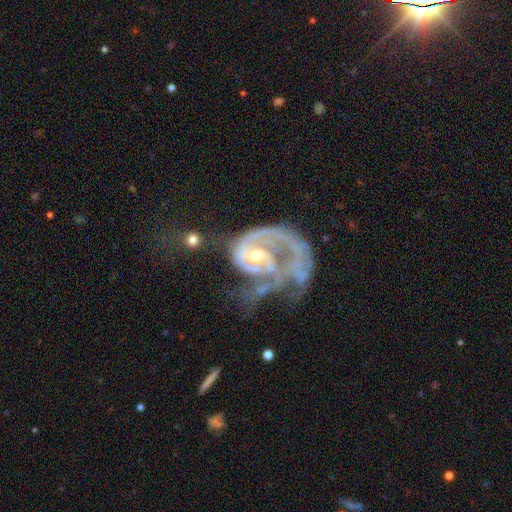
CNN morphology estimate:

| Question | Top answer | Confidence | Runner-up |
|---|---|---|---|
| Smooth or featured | featured or disk | 88% | smooth (7%) |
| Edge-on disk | no | 98% | yes (2%) |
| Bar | no | 65% | weak (28%) |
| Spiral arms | yes | 89% | no (11%) |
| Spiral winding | medium | 37% | tight (35%) |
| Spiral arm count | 1 | 46% | 2 (26%) |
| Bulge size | moderate | 52% | small (41%) |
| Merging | major disturbance | 52% | merger (18%) |